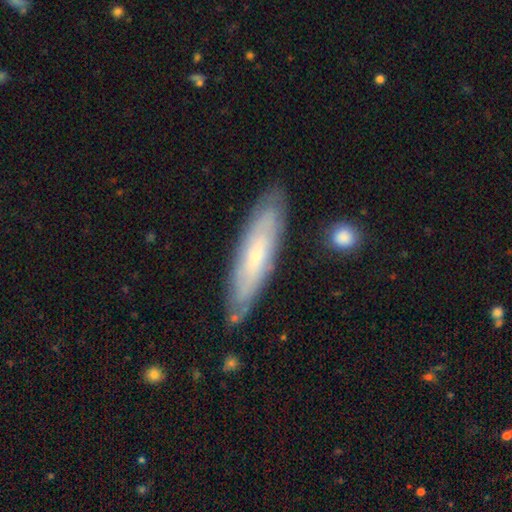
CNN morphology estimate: Smooth or featured: featured or disk — 51% (smooth — 43%)
Edge-on disk: no — 56% (yes — 44%)
Merging: none — 80% (minor disturbance — 15%)